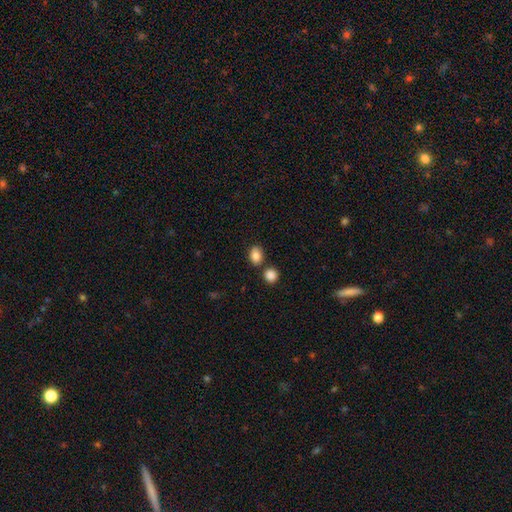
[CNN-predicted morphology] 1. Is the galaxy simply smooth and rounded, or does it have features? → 86% smooth, 9% star or artifact, 5% featured or disk.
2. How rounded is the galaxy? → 71% in between, 27% round, 1% cigar-shaped.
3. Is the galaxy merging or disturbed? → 72% none, 14% merger, 10% minor disturbance, 3% major disturbance.